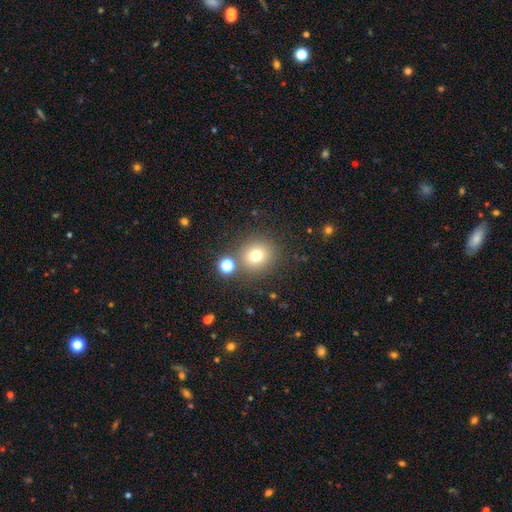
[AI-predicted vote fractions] This is likely a smooth galaxy (74%). How rounded: clearly round (90%). Merging: likely none (79%).